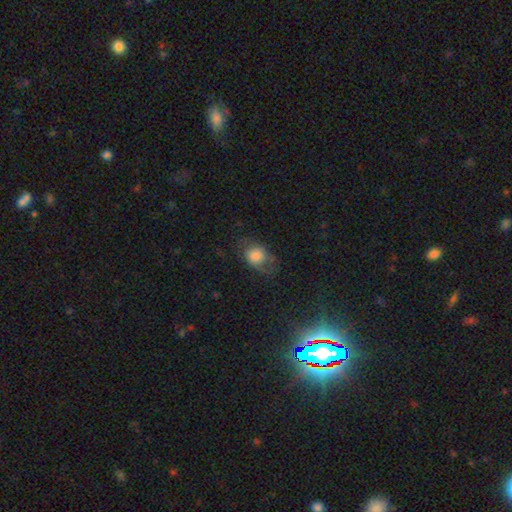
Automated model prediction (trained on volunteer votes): Overall: smooth (71%). How rounded: in between (61%; round 38%). Merging: none (53%; minor disturbance 25%).